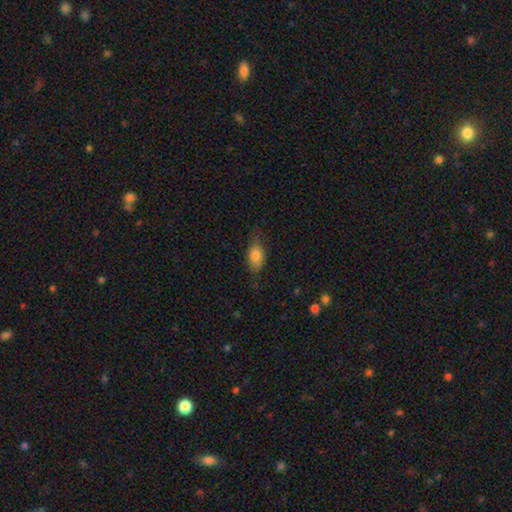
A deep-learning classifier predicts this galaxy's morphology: Smooth or featured: smooth — 77% (featured or disk — 15%)
How rounded: in between — 86% (round — 8%)
Merging: none — 67% (minor disturbance — 24%)